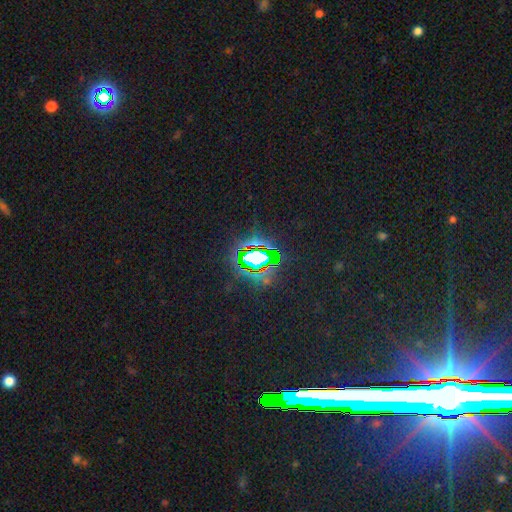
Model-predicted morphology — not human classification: Smooth or featured?
  - star or artifact: 73% *
  - smooth: 15%
  - featured or disk: 12%